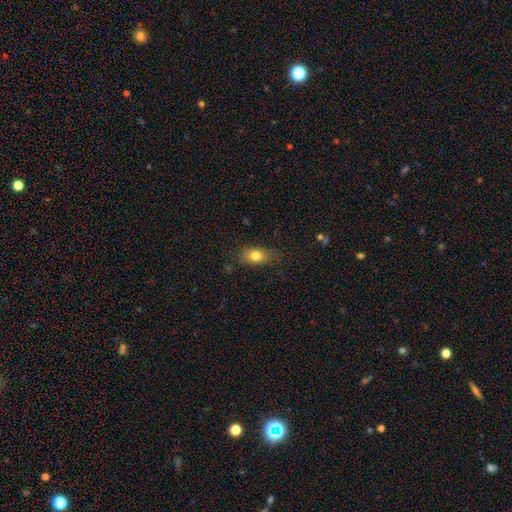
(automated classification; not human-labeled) Q: Smooth or featured?
A: smooth (78%); runner-up: featured or disk (12%)
Q: How rounded?
A: in between (79%); runner-up: round (16%)
Q: Merging?
A: none (74%); runner-up: minor disturbance (19%)